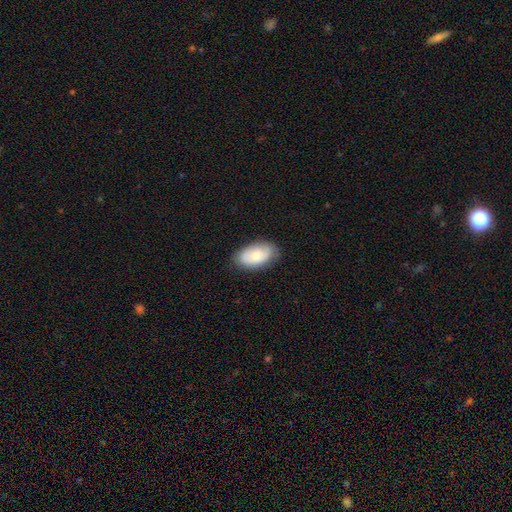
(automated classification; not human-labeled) smooth-or-featured: smooth: 72% | featured or disk: 21% | star or artifact: 6%
  how-rounded: in between: 93% | round: 5% | cigar-shaped: 2%
  merging: none: 79% | minor disturbance: 16% | major disturbance: 3% | merger: 1%